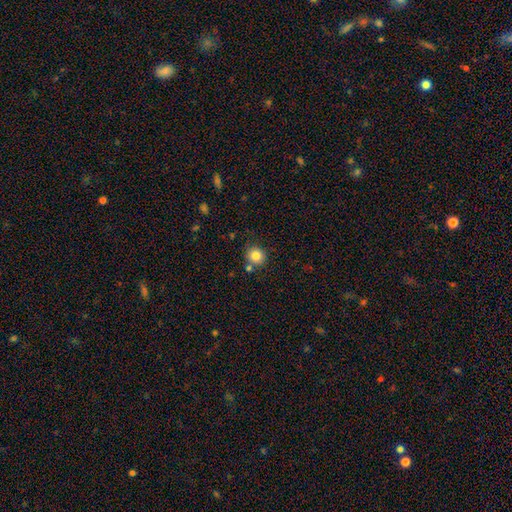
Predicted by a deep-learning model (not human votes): Q: Smooth or featured?
A: smooth (82%); runner-up: star or artifact (11%)
Q: How rounded?
A: round (90%); runner-up: in between (9%)
Q: Merging?
A: none (78%); runner-up: minor disturbance (10%)